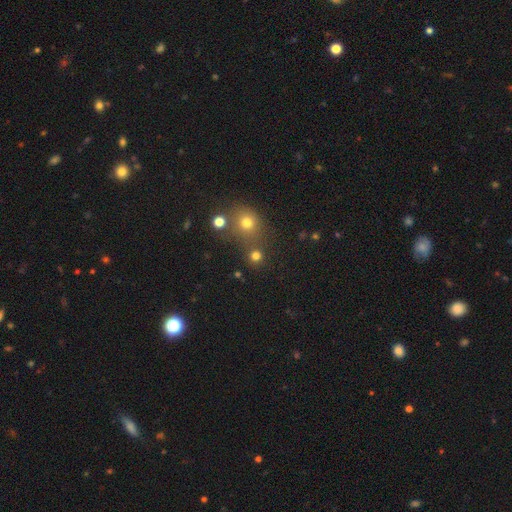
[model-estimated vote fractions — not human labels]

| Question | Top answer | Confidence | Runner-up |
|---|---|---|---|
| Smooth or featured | smooth | 74% | star or artifact (19%) |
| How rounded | round | 90% | in between (9%) |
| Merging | none | 71% | merger (18%) |